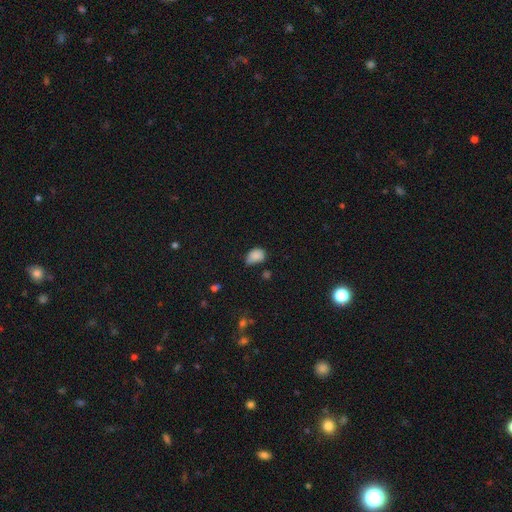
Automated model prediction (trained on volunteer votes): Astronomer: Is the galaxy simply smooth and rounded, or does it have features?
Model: smooth — 83%.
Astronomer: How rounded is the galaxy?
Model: in between — 70%.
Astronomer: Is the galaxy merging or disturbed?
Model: minor disturbance — 44% (runner-up: none, 39%).